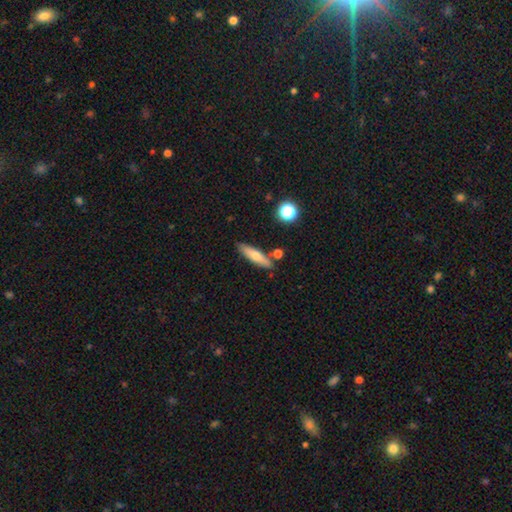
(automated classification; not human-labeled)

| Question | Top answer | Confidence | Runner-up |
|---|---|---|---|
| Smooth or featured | smooth | 64% | featured or disk (29%) |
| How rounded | cigar-shaped | 74% | in between (23%) |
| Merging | none | 80% | minor disturbance (11%) |